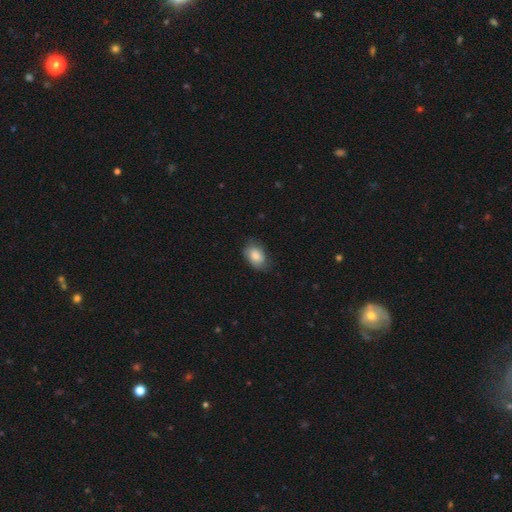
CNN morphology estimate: The model was most divided on "merging": none: 70%, minor disturbance: 23%, major disturbance: 5%, merger: 1%. More confident: how rounded — in between (87%); smooth or featured — smooth (83%).